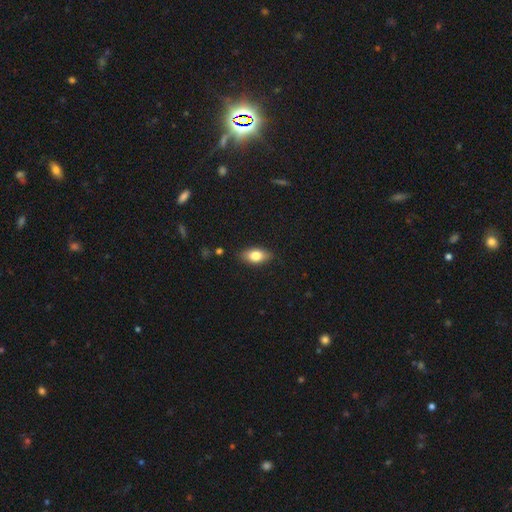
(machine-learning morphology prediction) smooth-or-featured: smooth: 78% | featured or disk: 15% | star or artifact: 8%
  how-rounded: in between: 87% | cigar-shaped: 7% | round: 6%
  merging: none: 86% | minor disturbance: 11% | major disturbance: 2% | merger: 1%